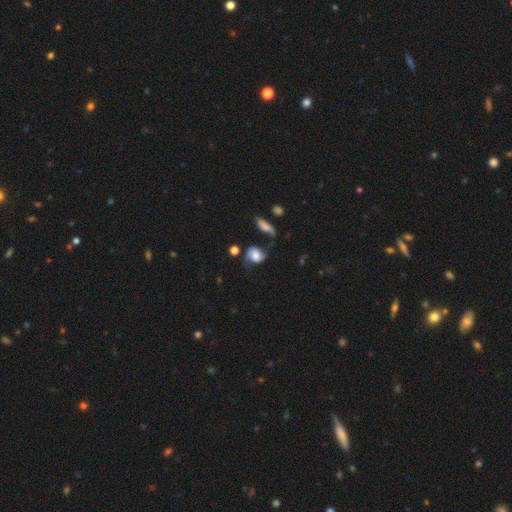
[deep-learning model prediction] The model was most divided on "bulge size": large: 33%, moderate: 29%, small: 15%, none: 13%, dominant: 9%. More confident: edge-on disk — no (97%); spiral arms — yes (92%); spiral arm count — 2 (88%); smooth or featured — featured or disk (66%); bar — no (57%); merging — none (56%); spiral winding — loose (55%).